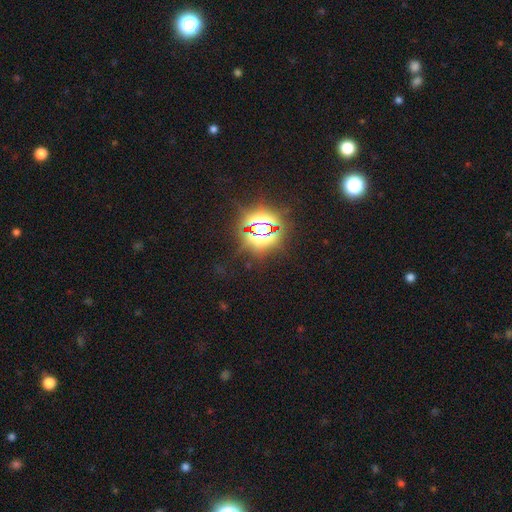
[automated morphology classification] Q: Smooth or featured?
A: star or artifact (79%); runner-up: smooth (15%)